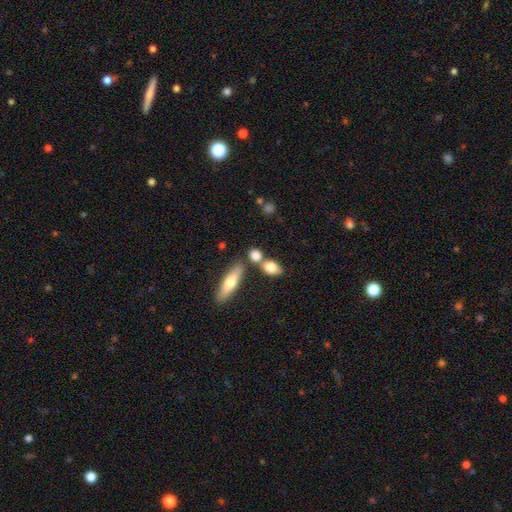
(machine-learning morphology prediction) Smooth or featured? smooth (77%)
How rounded? in between (49%)
Merging? none (55%)